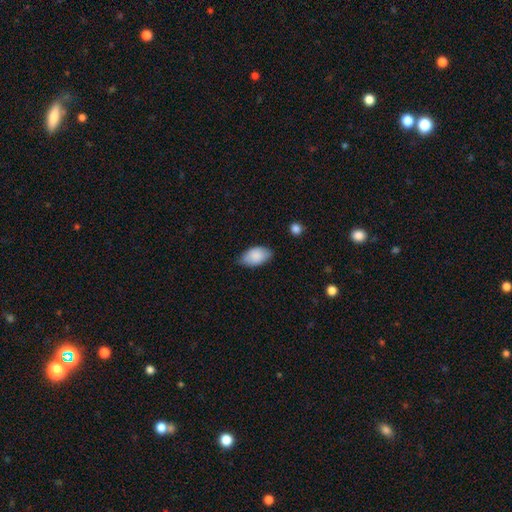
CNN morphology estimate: Smooth or featured? Predicted: smooth (p=0.85). How rounded? Predicted: in between (p=0.94). Merging? Predicted: none (p=0.70).